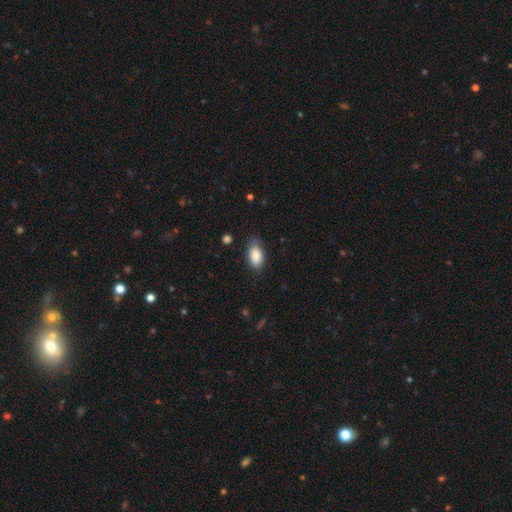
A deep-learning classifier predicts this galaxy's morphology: The model was most divided on "merging": none: 72%, minor disturbance: 22%, major disturbance: 4%, merger: 1%. More confident: how rounded — in between (93%); smooth or featured — smooth (86%).